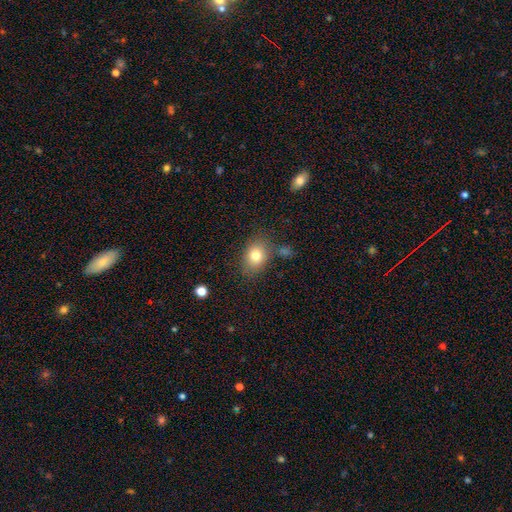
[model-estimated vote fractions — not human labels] The model was most divided on "how rounded": in between: 64%, round: 35%, cigar-shaped: 1%. More confident: smooth or featured — smooth (79%); merging — none (74%).